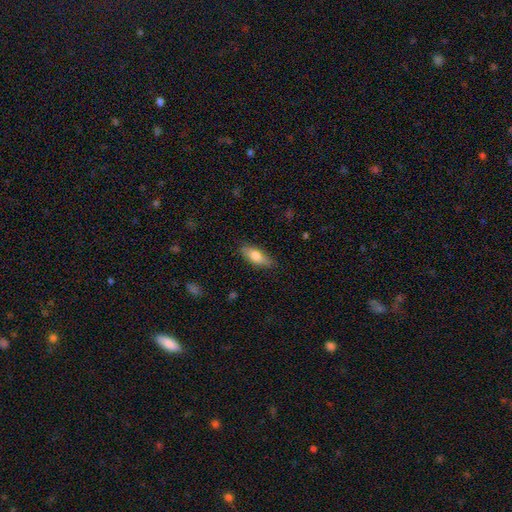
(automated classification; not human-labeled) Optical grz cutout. It shows a smooth galaxy with no disk features (76%) that is in between round and cigar-shaped (71%). Merging: none (82%).